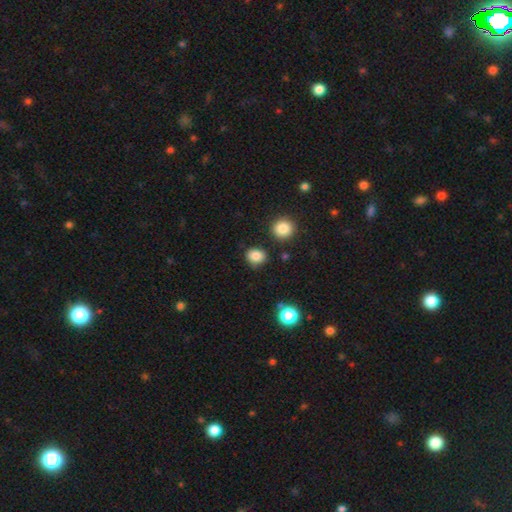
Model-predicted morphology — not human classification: Smooth or featured: smooth — 85% (star or artifact — 11%)
How rounded: round — 68% (in between — 31%)
Merging: none — 83% (minor disturbance — 11%)